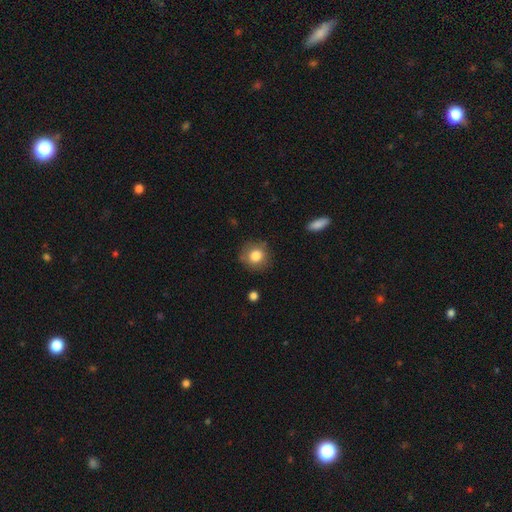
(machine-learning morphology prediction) A smooth galaxy with no disk features (82%) that is round (87%). Merging: none (81%).